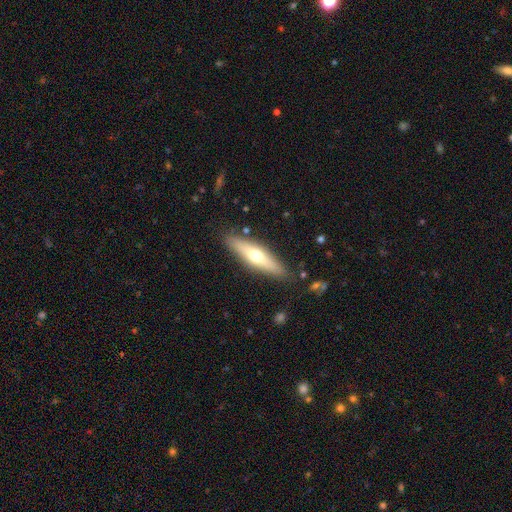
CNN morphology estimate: smooth_or_featured: smooth (p=0.49) [alt: featured or disk p=0.46]
merging: none (p=0.87) [alt: minor disturbance p=0.10]